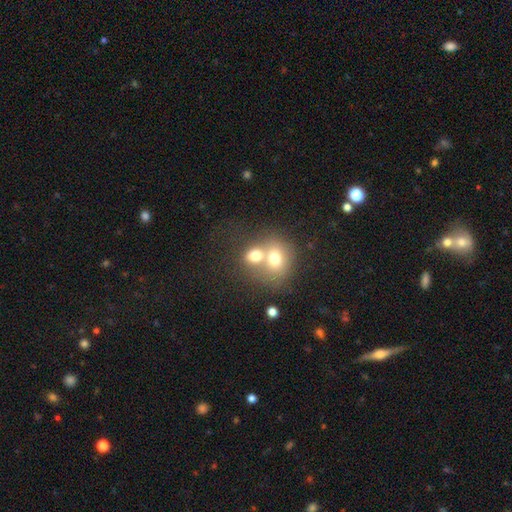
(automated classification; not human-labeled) smooth 70%, featured or disk 18%, star or artifact 11%. Down the decision tree: how rounded — round (56%); merging — merger (66%).